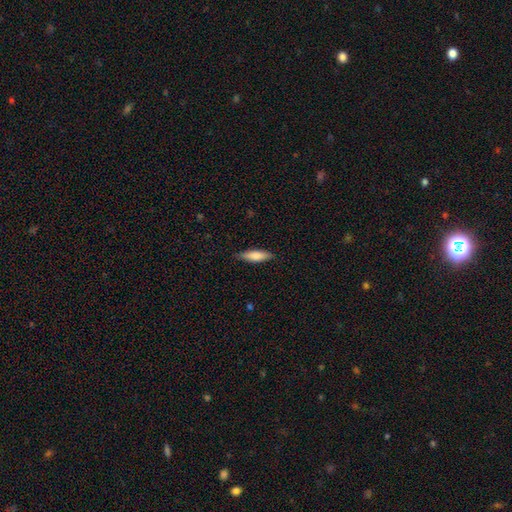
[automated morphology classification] Smooth or featured? smooth (79%)
How rounded? cigar-shaped (58%)
Merging? none (87%)